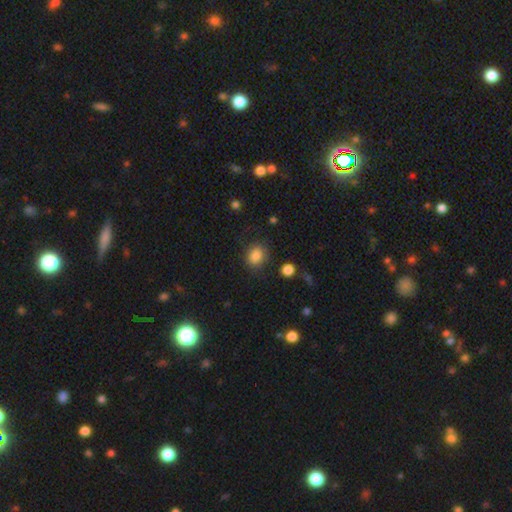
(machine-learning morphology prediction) Overall: smooth (85%). How rounded: in between (50%; round 49%). Merging: none (78%).